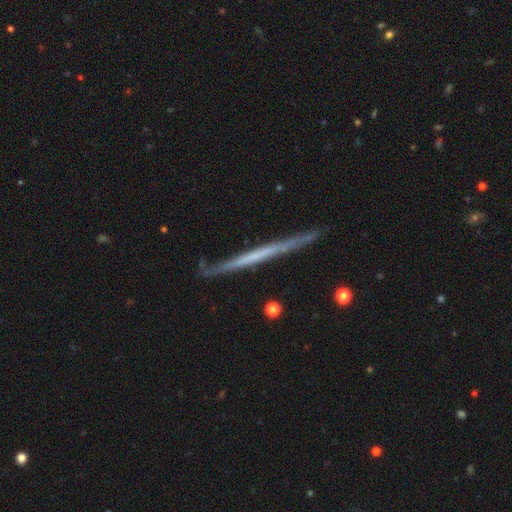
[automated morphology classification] This is likely a featured or disk galaxy (62%). It is clearly viewed edge-on (96%). Edge-on bulge: clearly none (91%). Merging: clearly none (82%).